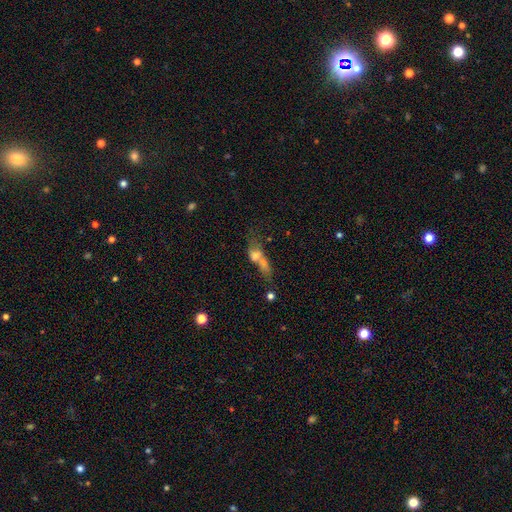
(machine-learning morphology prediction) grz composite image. It shows a smooth galaxy with no disk features (54%) that is in between round and cigar-shaped (56%). Merging: merger (57%).